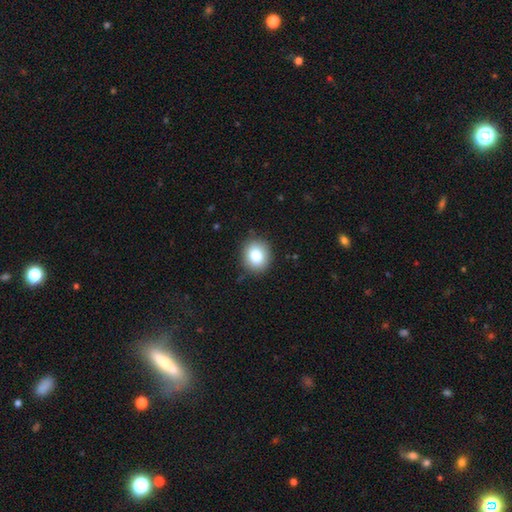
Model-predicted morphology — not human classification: Q: Smooth or featured?
A: smooth (82%); runner-up: star or artifact (10%)
Q: How rounded?
A: round (76%); runner-up: in between (23%)
Q: Merging?
A: none (88%); runner-up: minor disturbance (9%)